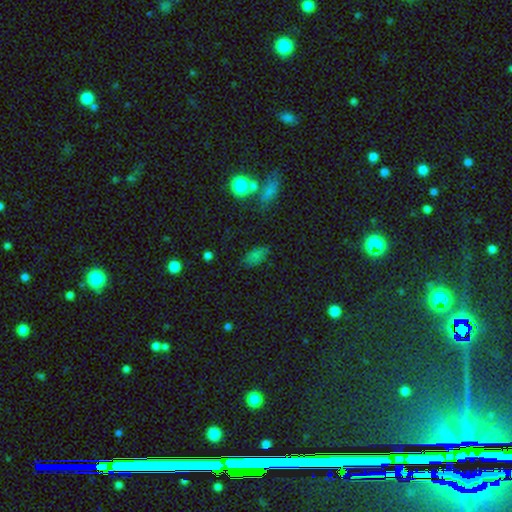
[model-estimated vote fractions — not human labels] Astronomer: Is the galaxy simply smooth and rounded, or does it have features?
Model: smooth — 72%.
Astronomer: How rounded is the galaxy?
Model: in between — 88%.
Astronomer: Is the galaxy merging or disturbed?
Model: none — 73%.